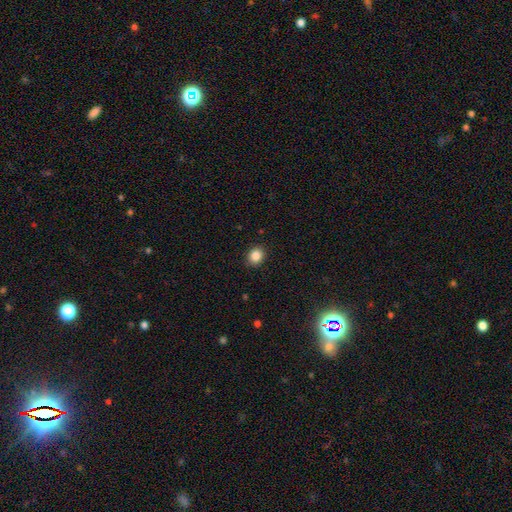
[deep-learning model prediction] Q: Smooth or featured?
A: smooth (86%); runner-up: star or artifact (10%)
Q: How rounded?
A: round (76%); runner-up: in between (23%)
Q: Merging?
A: none (90%); runner-up: minor disturbance (7%)